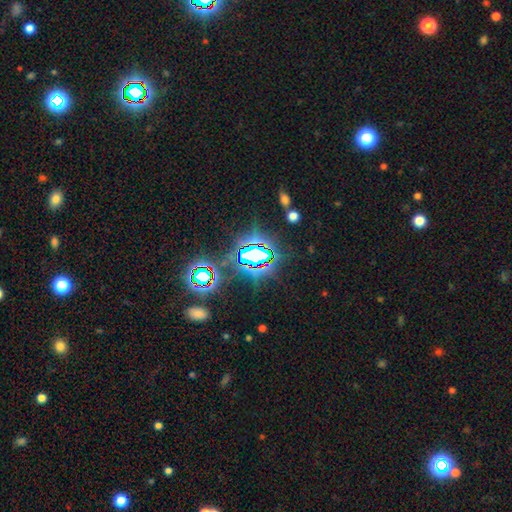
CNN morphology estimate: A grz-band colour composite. It shows a star or artifact, not a galaxy (76%).